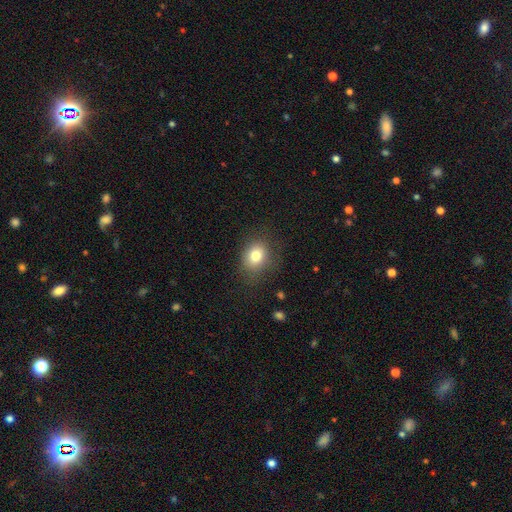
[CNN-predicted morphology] This is likely a smooth galaxy (79%). How rounded: possibly round (53%). Merging: likely none (79%).